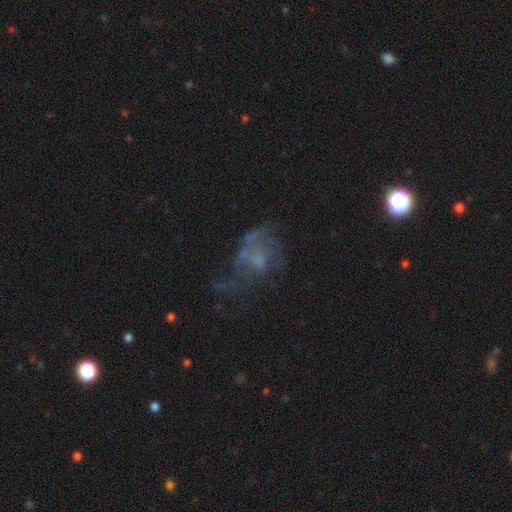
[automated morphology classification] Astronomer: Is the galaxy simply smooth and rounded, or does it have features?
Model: featured or disk — 55%.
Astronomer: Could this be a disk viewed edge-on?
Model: no — 97%.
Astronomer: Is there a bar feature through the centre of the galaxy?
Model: no — 84%.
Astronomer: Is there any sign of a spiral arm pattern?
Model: no — 72%.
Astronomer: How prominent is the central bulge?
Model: none — 50%.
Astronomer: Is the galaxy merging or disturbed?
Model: major disturbance — 43% (runner-up: none, 33%).